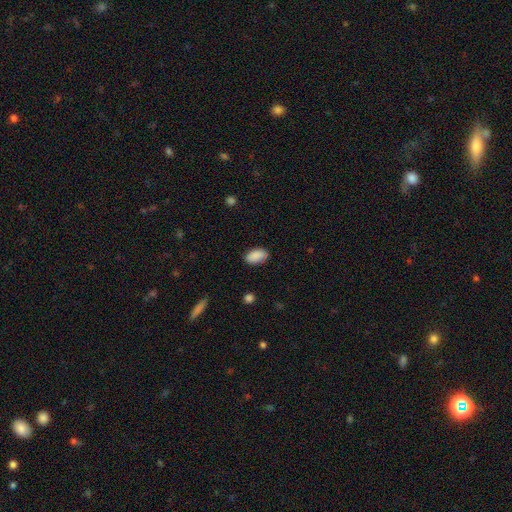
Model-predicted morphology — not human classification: A smooth galaxy with no disk features (89%) that is in between round and cigar-shaped (93%). Merging: none (83%).